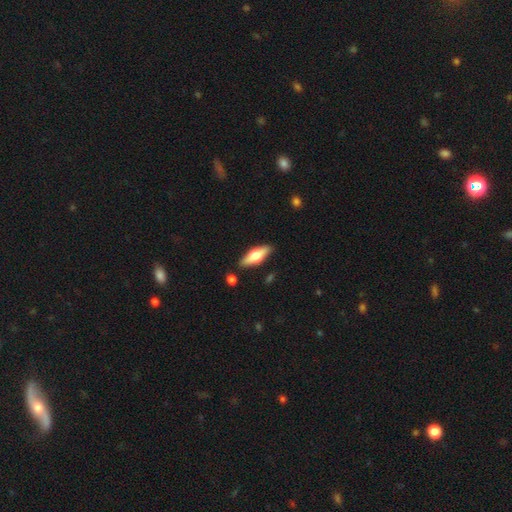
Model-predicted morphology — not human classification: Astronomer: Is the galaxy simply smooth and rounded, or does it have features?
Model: featured or disk — 51% (runner-up: smooth, 44%).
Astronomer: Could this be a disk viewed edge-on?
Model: yes — 89%.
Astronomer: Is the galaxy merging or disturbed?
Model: none — 86%.